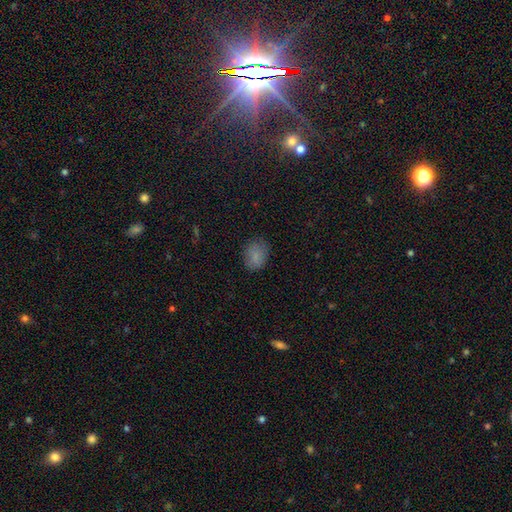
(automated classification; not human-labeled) Morphology: type=smooth (83%); roundness=in between (60%); merging=none (80%).